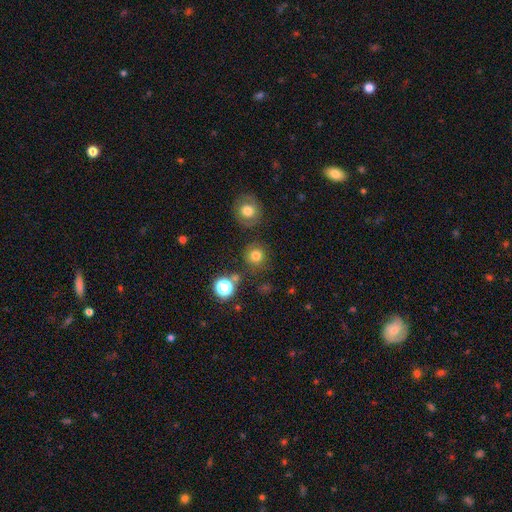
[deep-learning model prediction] Smooth or featured? smooth (76%)
How rounded? round (92%)
Merging? none (80%)